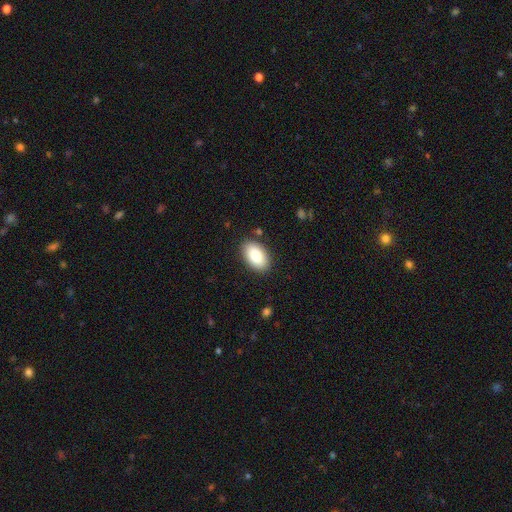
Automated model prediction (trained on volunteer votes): This appears to be a smooth galaxy with no disk features (86%) that is in between round and cigar-shaped (94%). Merging: none (87%).